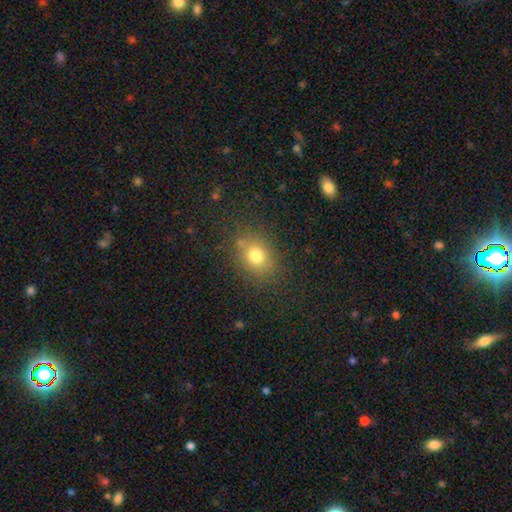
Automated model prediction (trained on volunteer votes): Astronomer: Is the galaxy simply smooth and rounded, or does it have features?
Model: smooth — 77%.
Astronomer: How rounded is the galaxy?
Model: round — 54% (runner-up: in between, 45%).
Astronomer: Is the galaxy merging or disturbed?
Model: none — 79%.